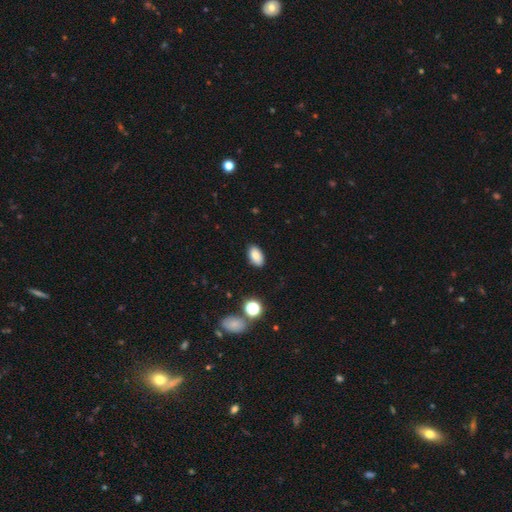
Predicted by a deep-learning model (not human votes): Q: Smooth or featured?
A: smooth (85%); runner-up: star or artifact (10%)
Q: How rounded?
A: in between (92%); runner-up: round (6%)
Q: Merging?
A: none (87%); runner-up: minor disturbance (9%)